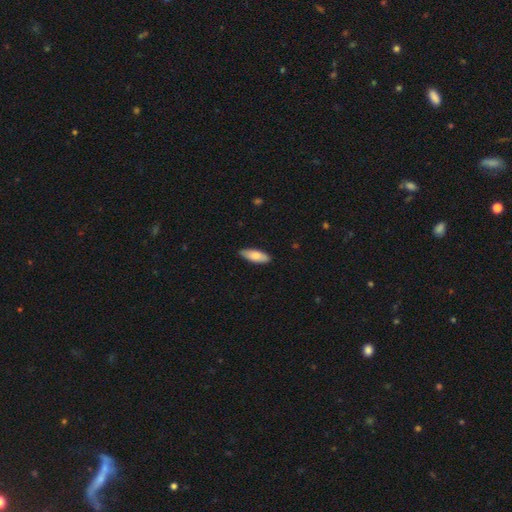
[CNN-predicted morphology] Overall: smooth (77%). How rounded: in between (71%). Merging: none (88%).